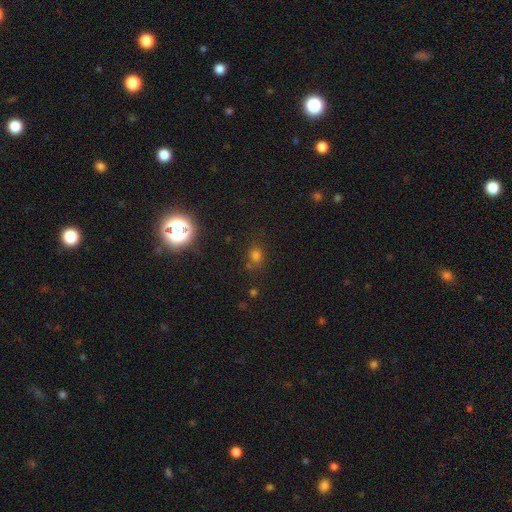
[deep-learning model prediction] This is likely a smooth galaxy (64%). How rounded: likely round (73%). Merging: likely none (78%).